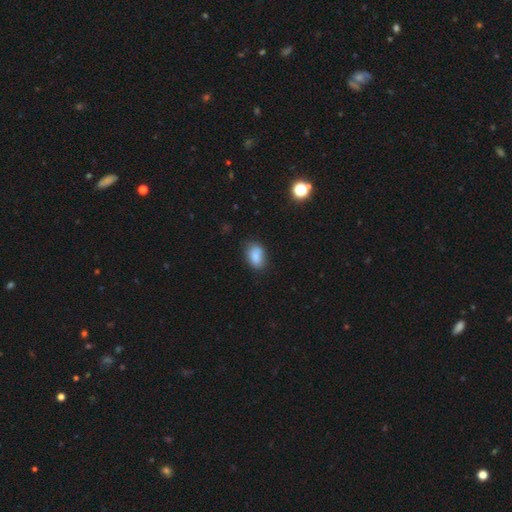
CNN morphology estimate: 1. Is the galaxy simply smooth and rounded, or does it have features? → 85% smooth, 9% star or artifact, 6% featured or disk.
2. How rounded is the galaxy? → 87% in between, 11% round, 2% cigar-shaped.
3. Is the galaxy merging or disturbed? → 73% none, 20% minor disturbance, 4% major disturbance, 2% merger.